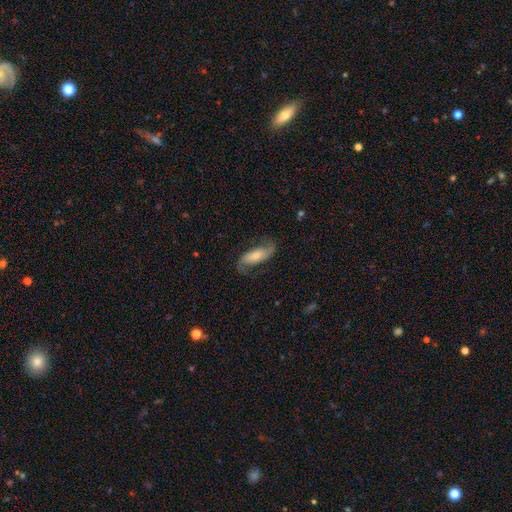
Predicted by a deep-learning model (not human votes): Overall: featured or disk (73%). Edge-on disk: no (92%). Bar: no (47%; weak 29%). Spiral arms: yes (92%). Spiral arm count: 2 (90%). Spiral winding: loose (59%; medium 30%). Bulge size: small (54%; moderate 38%). Merging: none (74%).